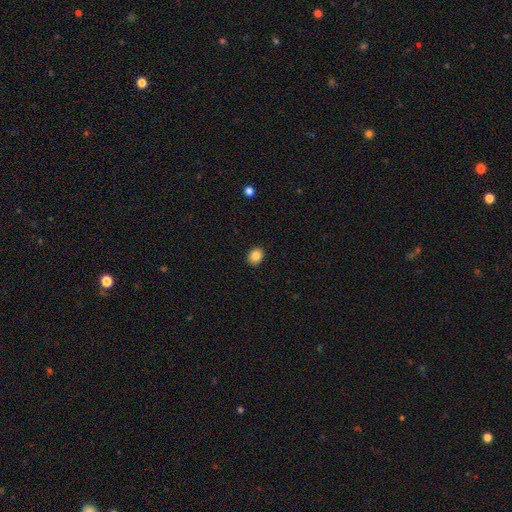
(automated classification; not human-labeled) Overall: smooth (85%). How rounded: round (57%; in between 42%). Merging: none (91%).